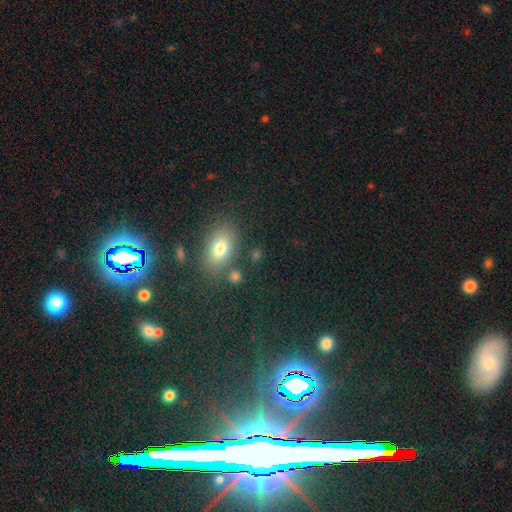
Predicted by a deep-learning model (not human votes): smooth 64%, star or artifact 25%, featured or disk 11%. Down the decision tree: how rounded — in between (77%); merging — none (79%).